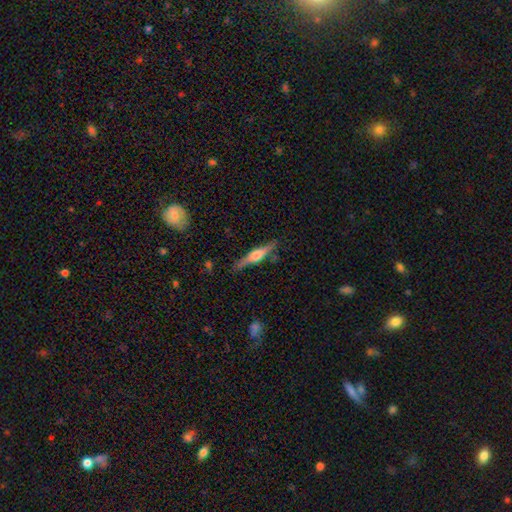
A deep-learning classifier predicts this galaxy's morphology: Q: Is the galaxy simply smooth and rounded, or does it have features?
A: featured or disk — 60%.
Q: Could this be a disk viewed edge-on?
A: yes — 96%.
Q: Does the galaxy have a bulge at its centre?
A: rounded — 81%.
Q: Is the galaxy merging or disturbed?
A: none — 83%.